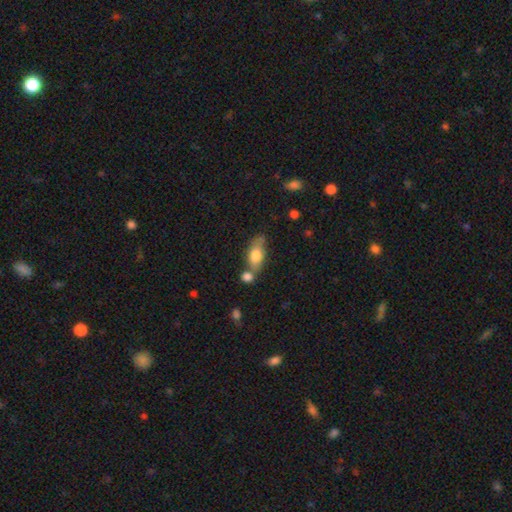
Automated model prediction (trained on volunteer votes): smooth_or_featured: smooth (p=0.72) [alt: featured or disk p=0.21]
how_rounded: in between (p=0.81) [alt: cigar-shaped p=0.13]
merging: none (p=0.49) [alt: merger p=0.28]